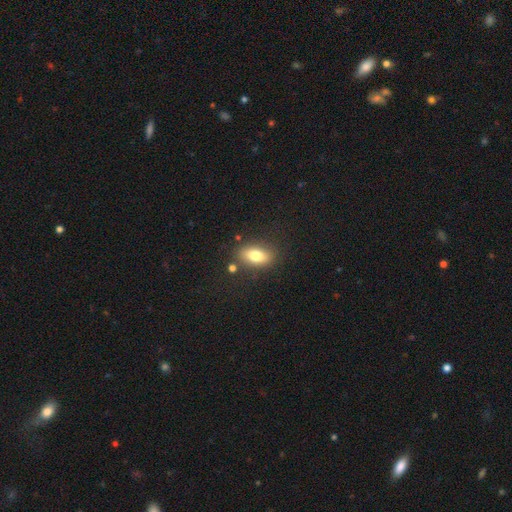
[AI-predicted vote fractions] Smooth or featured? smooth (77%)
How rounded? in between (86%)
Merging? none (79%)